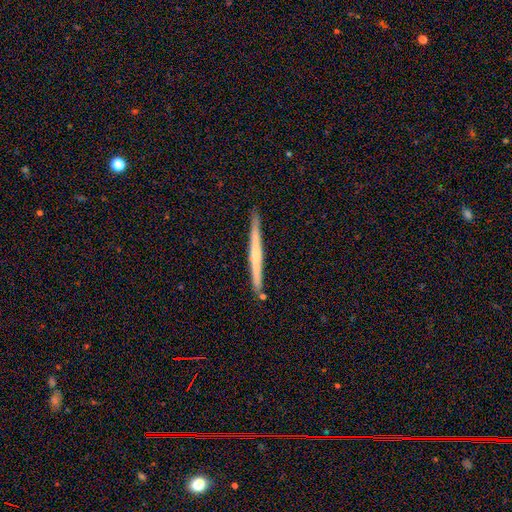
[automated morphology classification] Overall: featured or disk (55%; smooth 40%). Edge-on disk: yes (98%). Edge-on bulge: none (66%; rounded 26%). Merging: none (89%).